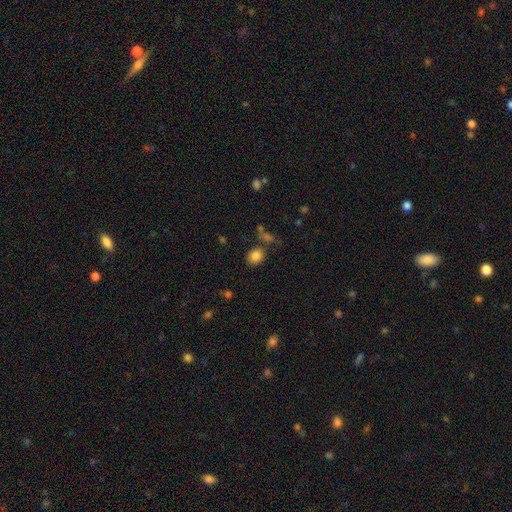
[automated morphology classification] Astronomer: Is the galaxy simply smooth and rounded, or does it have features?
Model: smooth — 83%.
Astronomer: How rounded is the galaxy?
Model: round — 64%.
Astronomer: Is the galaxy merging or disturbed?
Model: none — 73%.